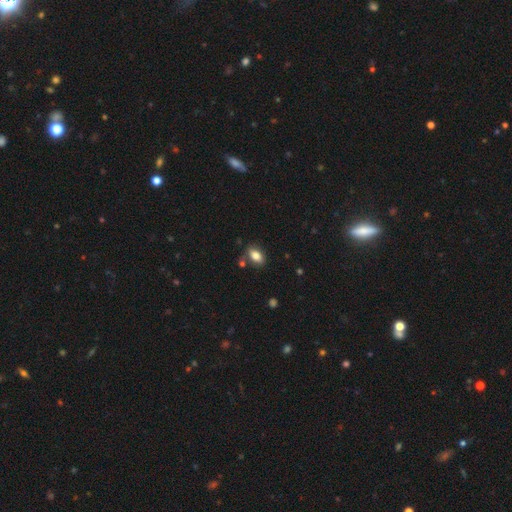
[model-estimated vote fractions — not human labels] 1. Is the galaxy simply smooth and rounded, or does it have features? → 82% smooth, 10% featured or disk, 9% star or artifact.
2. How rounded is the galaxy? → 87% in between, 9% round, 3% cigar-shaped.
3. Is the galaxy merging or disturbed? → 76% none, 14% minor disturbance, 7% merger, 3% major disturbance.